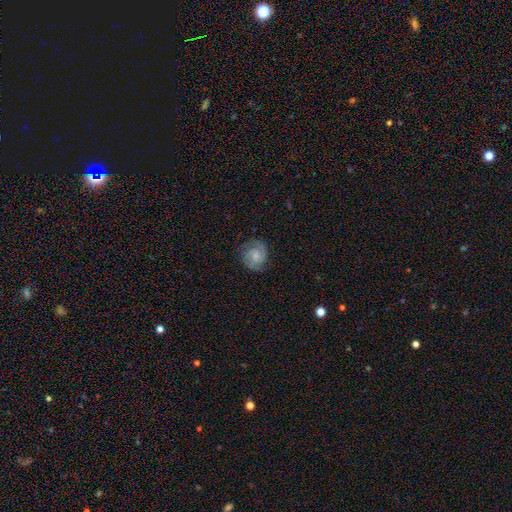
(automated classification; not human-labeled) Overall: featured or disk (69%). Edge-on disk: no (98%). Bar: no (66%; weak 30%). Spiral arms: yes (94%). Spiral arm count: 2 (77%). Spiral winding: tight (48%; medium 40%). Bulge size: small (54%; moderate 31%). Merging: none (75%).